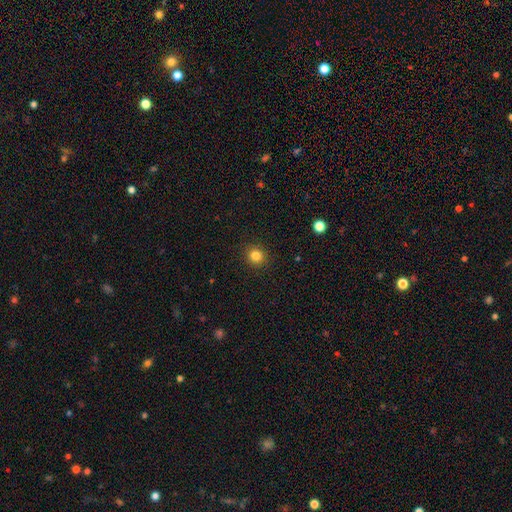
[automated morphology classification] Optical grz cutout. It shows a smooth galaxy with no disk features (83%) that is round (90%). Merging: none (91%).